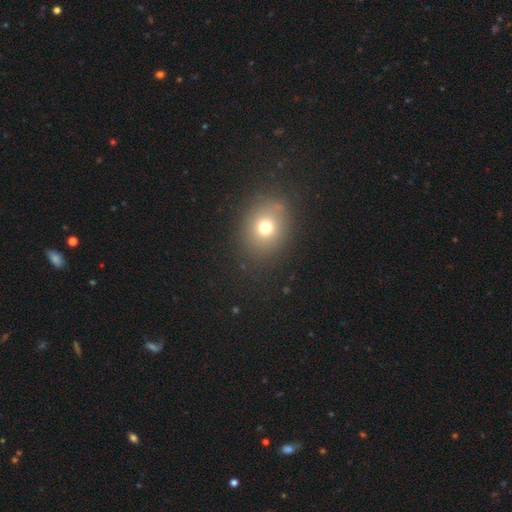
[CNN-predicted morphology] Overall: smooth (69%). How rounded: round (58%; in between 40%). Merging: none (88%).